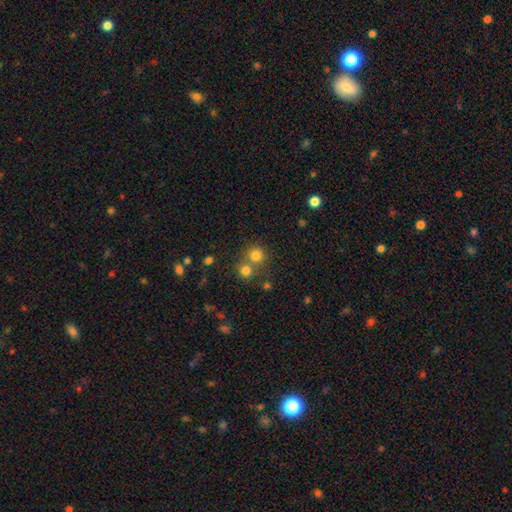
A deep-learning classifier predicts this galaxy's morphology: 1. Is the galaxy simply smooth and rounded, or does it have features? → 77% smooth, 15% star or artifact, 8% featured or disk.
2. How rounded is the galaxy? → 91% round, 8% in between, 1% cigar-shaped.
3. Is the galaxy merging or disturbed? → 59% none, 32% merger, 6% minor disturbance, 3% major disturbance.